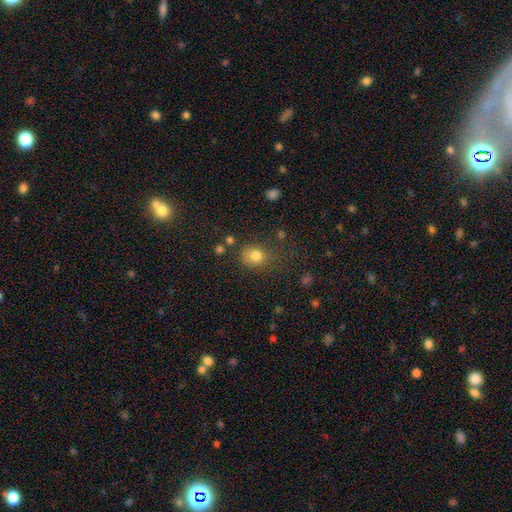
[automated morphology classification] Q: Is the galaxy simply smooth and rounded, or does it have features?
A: smooth — 80%.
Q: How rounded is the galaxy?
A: round — 65%.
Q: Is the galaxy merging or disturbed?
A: none — 64%.